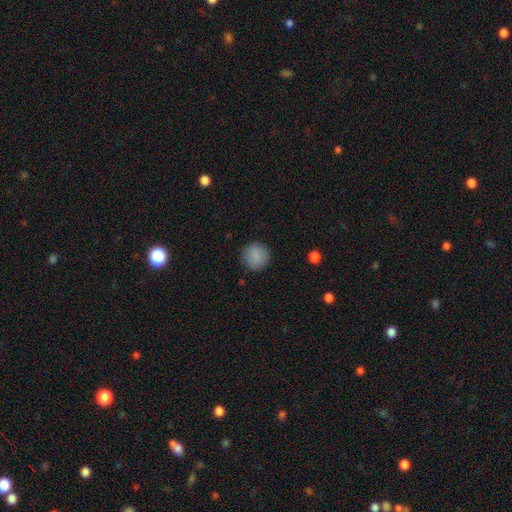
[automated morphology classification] Overall: smooth (88%). How rounded: round (94%). Merging: none (88%).